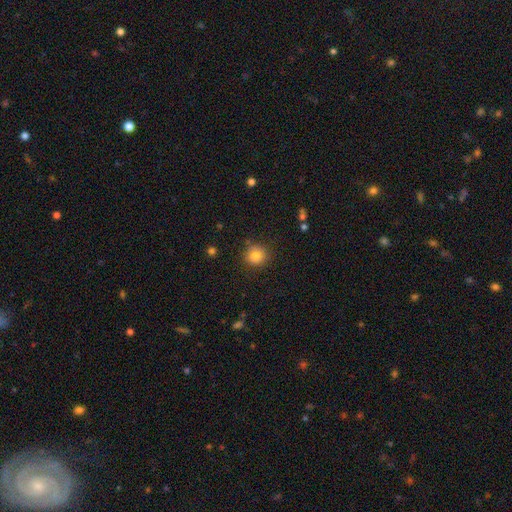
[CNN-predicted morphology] Smooth or featured?
  - smooth: 82% *
  - star or artifact: 11%
  - featured or disk: 7%
How rounded?
  - round: 89% *
  - in between: 10%
  - cigar-shaped: 1%
Merging?
  - none: 84% *
  - minor disturbance: 11%
  - major disturbance: 3%
  - merger: 2%